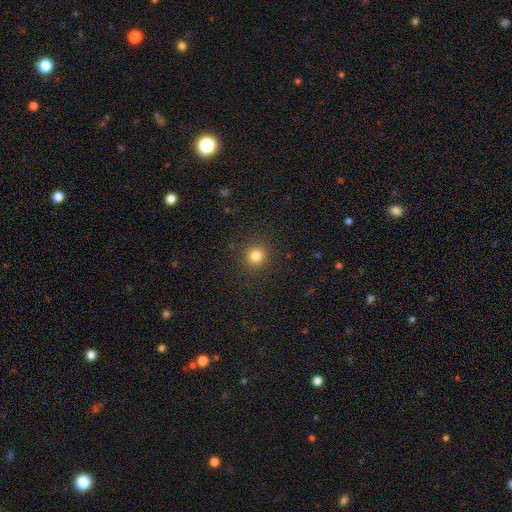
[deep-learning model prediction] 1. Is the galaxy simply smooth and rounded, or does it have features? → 82% smooth, 13% star or artifact, 5% featured or disk.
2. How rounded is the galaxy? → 92% round, 7% in between, 1% cigar-shaped.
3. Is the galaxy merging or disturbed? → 90% none, 6% minor disturbance, 3% major disturbance, 1% merger.